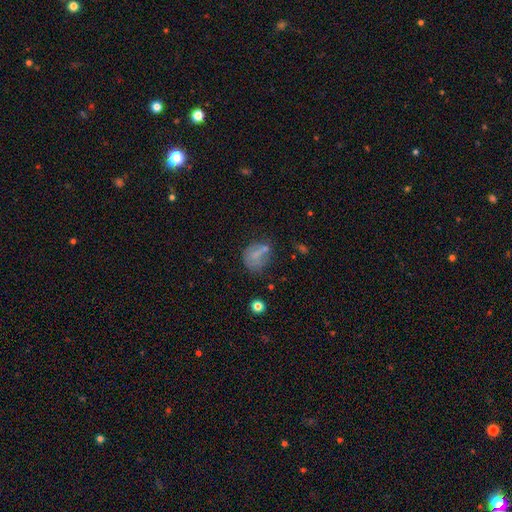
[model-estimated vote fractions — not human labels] Smooth or featured: smooth — 60% (featured or disk — 25%)
How rounded: round — 51% (in between — 47%)
Merging: none — 43% (minor disturbance — 26%)